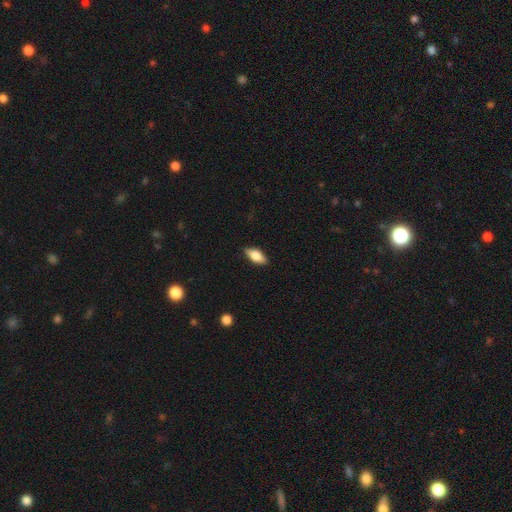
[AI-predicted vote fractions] smooth 70%, featured or disk 24%, star or artifact 7%. Down the decision tree: how rounded — in between (83%); merging — none (87%).